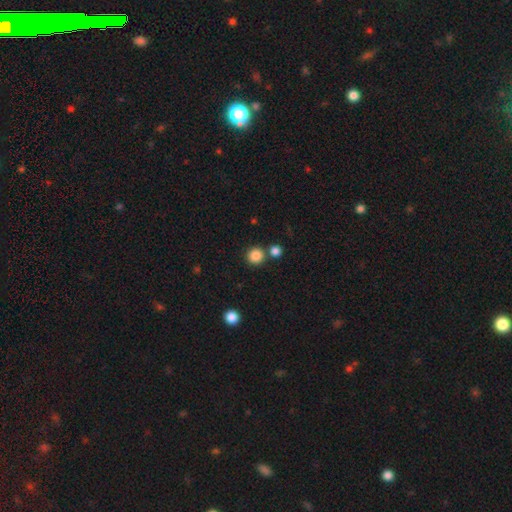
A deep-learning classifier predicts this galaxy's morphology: A smooth galaxy with no disk features (85%) that is round (93%). Merging: none (77%).